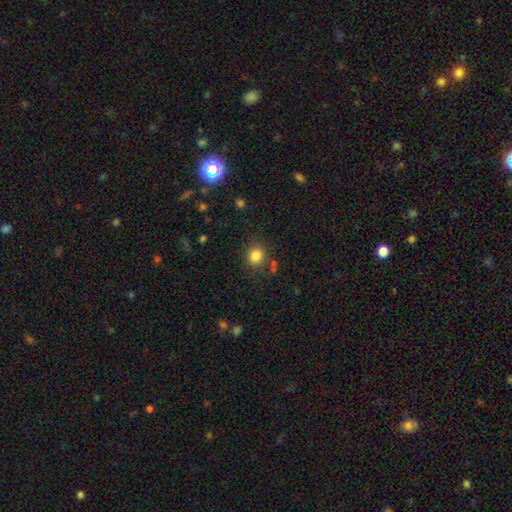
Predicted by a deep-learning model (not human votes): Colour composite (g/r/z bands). It shows a smooth galaxy with no disk features (84%) that is round (76%). Merging: none (80%).